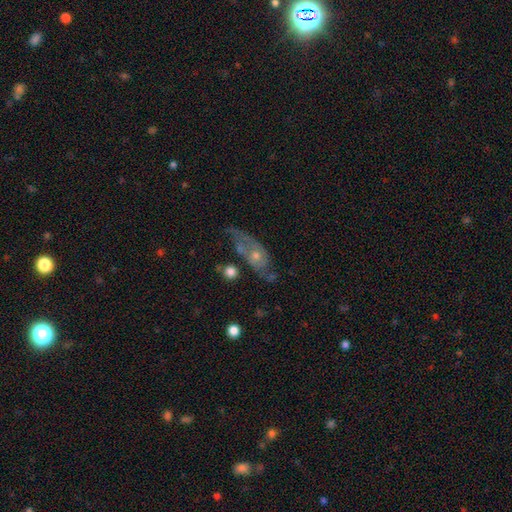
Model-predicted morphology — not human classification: Q: Smooth or featured?
A: featured or disk (66%); runner-up: smooth (25%)
Q: Edge-on disk?
A: no (87%); runner-up: yes (13%)
Q: Bar?
A: no (81%); runner-up: weak (16%)
Q: Spiral arms?
A: yes (70%); runner-up: no (30%)
Q: Bulge size?
A: small (51%); runner-up: moderate (42%)
Q: Merging?
A: none (44%); runner-up: minor disturbance (22%)